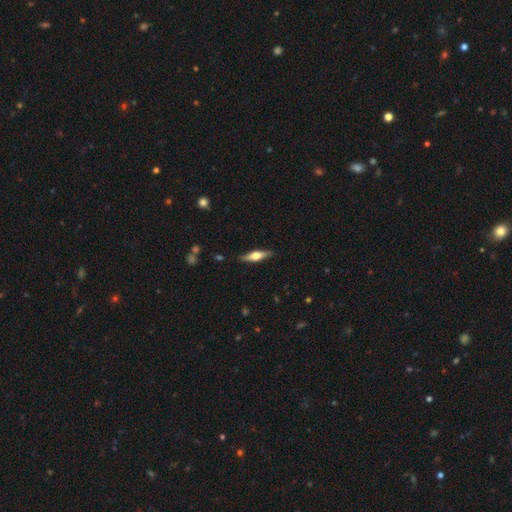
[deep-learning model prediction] A featured or disk galaxy (57%) viewed edge-on (95%) with a rounded central bulge (92%).

Vote fractions:
- Smooth or featured? featured or disk: 57% / smooth: 37% / star or artifact: 6%
- Edge-on disk? yes: 95% / no: 5%
- Edge-on bulge? rounded: 92% / boxy: 5% / none: 2%
- Merging? none: 88% / minor disturbance: 9% / major disturbance: 2% / merger: 1%